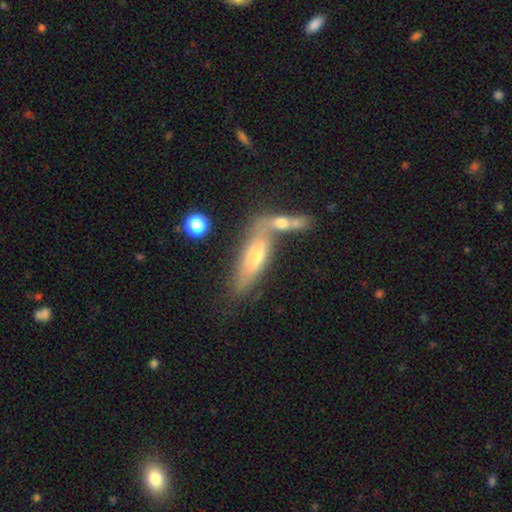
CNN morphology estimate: This appears to be a smooth galaxy with no disk features (48%). Merging: none (42%).